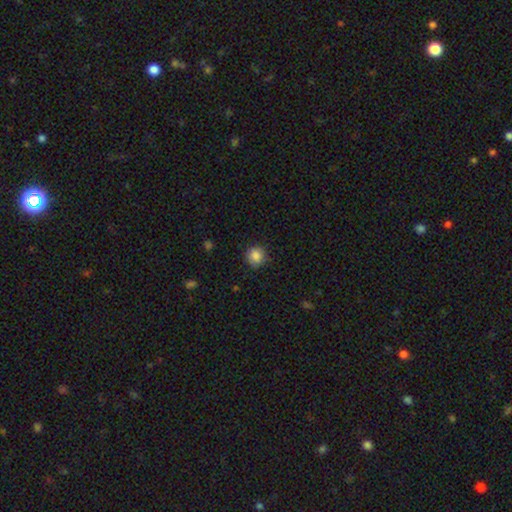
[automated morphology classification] Overall: smooth (86%). How rounded: round (91%). Merging: none (85%).